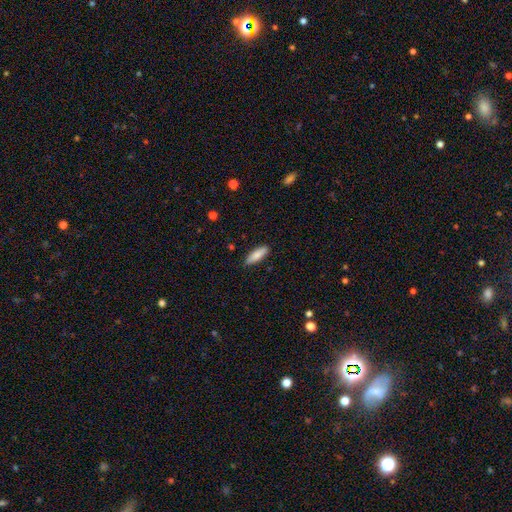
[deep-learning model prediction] Smooth or featured? smooth (84%)
How rounded? in between (57%)
Merging? none (88%)